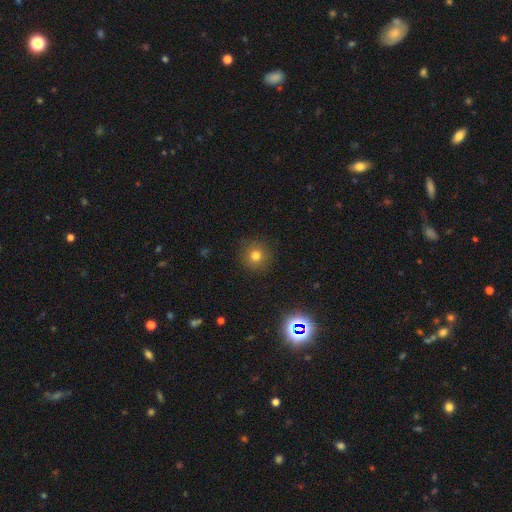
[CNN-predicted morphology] smooth_or_featured: smooth (p=0.76) [alt: star or artifact p=0.15]
how_rounded: round (p=0.94) [alt: in between p=0.05]
merging: none (p=0.89) [alt: minor disturbance p=0.07]